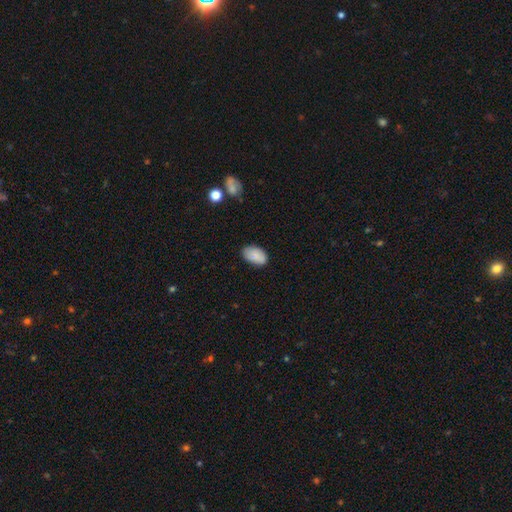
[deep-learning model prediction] The model was most divided on "merging": none: 81%, minor disturbance: 15%, major disturbance: 3%, merger: 1%. More confident: how rounded — in between (92%); smooth or featured — smooth (84%).